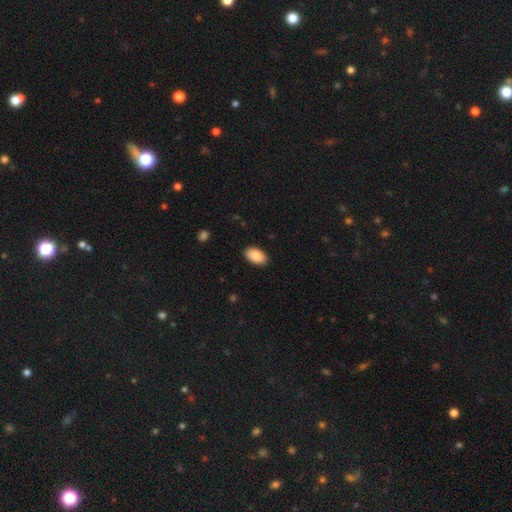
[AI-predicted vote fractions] Smooth or featured: smooth — 88% (star or artifact — 6%)
How rounded: in between — 95% (round — 3%)
Merging: none — 88% (minor disturbance — 9%)